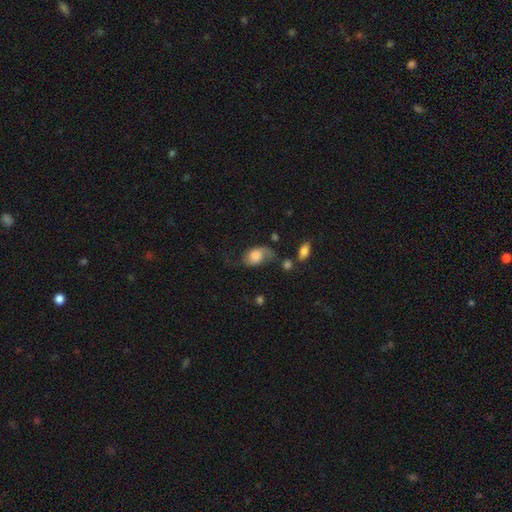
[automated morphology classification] smooth-or-featured: smooth: 57% | featured or disk: 34% | star or artifact: 9%
  how-rounded: in between: 82% | round: 16% | cigar-shaped: 2%
  merging: none: 39% | minor disturbance: 30% | major disturbance: 25% | merger: 6%